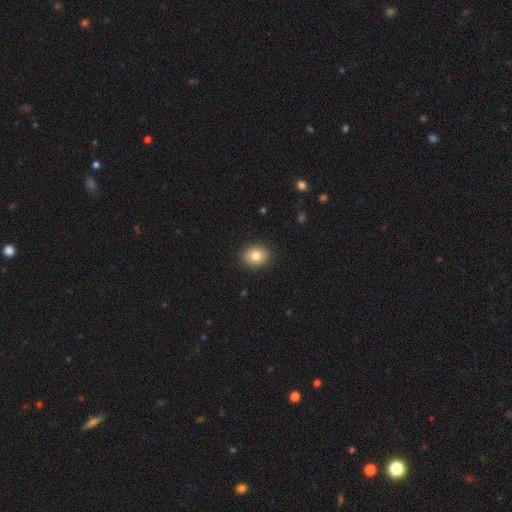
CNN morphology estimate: Q: Smooth or featured?
A: smooth (80%); runner-up: featured or disk (10%)
Q: How rounded?
A: round (67%); runner-up: in between (32%)
Q: Merging?
A: none (91%); runner-up: minor disturbance (6%)